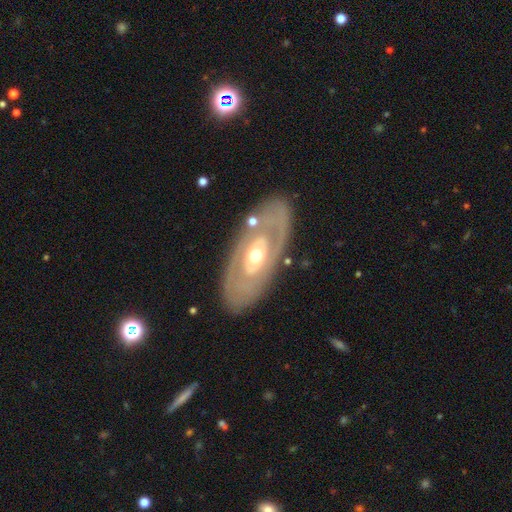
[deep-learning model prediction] Morphology: type=featured or disk (74%); edge-on=no (88%); bar=no (78%); spiral arms=no (62%); bulge=moderate (73%); merging=none (80%).